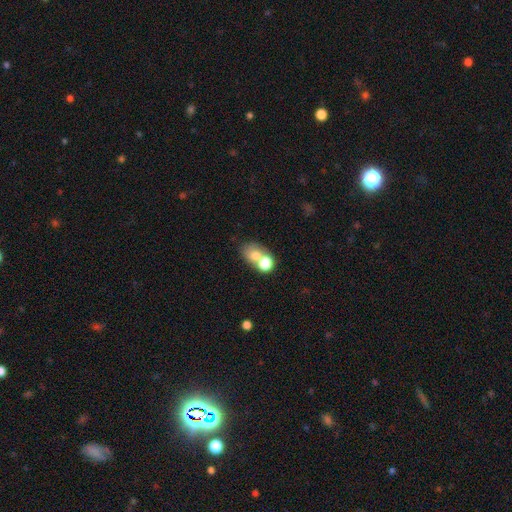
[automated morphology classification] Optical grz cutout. It shows a smooth galaxy with no disk features (72%) that is round (50%). Merging: merger (56%).